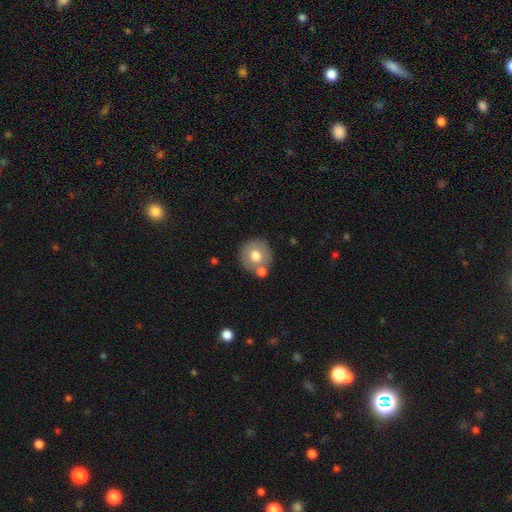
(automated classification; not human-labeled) Smooth or featured?
  - smooth: 69% *
  - featured or disk: 23%
  - star or artifact: 8%
How rounded?
  - round: 91% *
  - in between: 8%
  - cigar-shaped: 1%
Merging?
  - none: 69% *
  - merger: 17%
  - minor disturbance: 11%
  - major disturbance: 4%